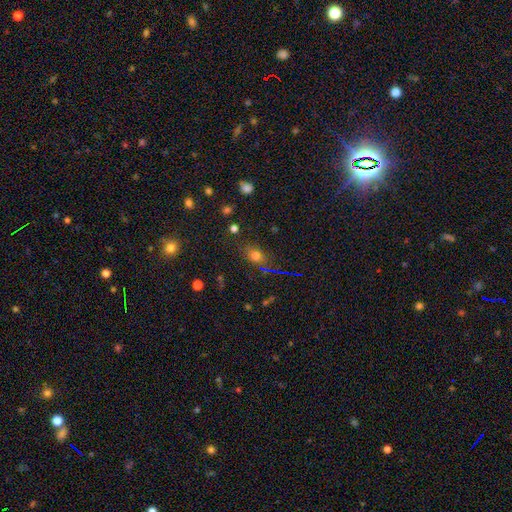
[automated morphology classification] This appears to be a smooth galaxy with no disk features (68%) that is in between round and cigar-shaped (51%). Merging: none (76%).